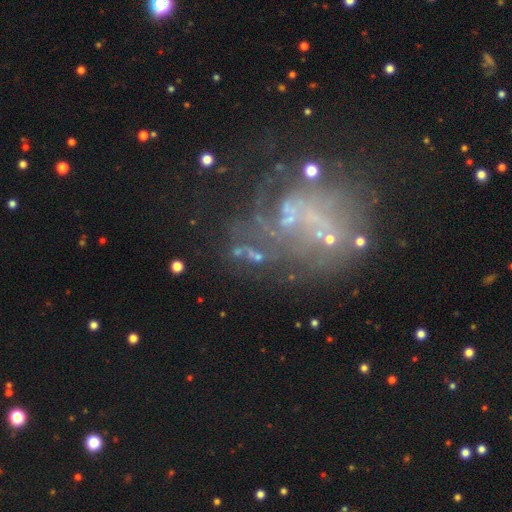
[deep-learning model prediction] featured or disk 52%, star or artifact 29%, smooth 19%. Down the decision tree: edge-on disk — no (96%); merging — none (51%).